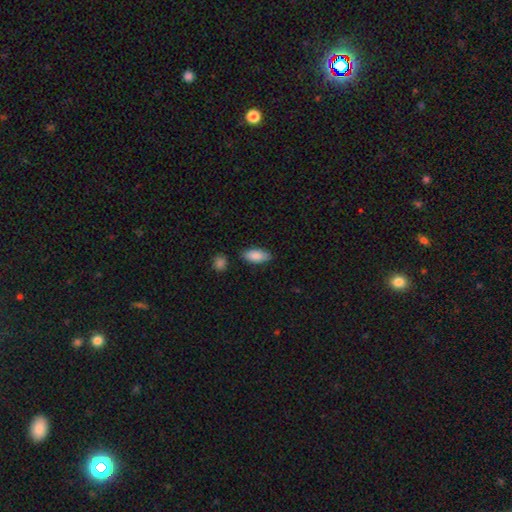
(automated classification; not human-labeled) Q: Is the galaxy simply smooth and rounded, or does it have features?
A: smooth — 86%.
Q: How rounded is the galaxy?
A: in between — 87%.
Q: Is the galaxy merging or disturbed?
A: none — 81%.